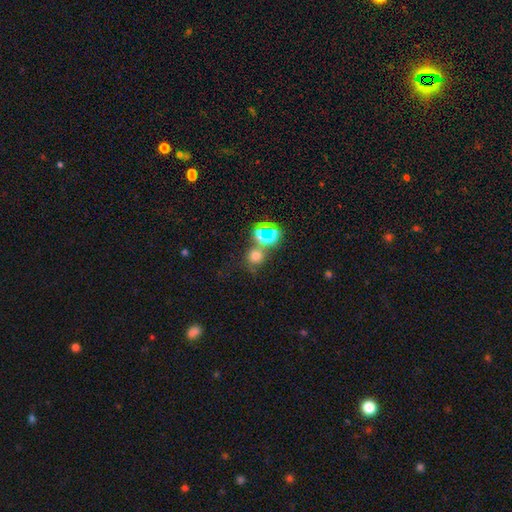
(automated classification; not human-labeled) Smooth or featured: smooth — 63% (star or artifact — 29%)
How rounded: round — 88% (in between — 11%)
Merging: none — 66% (merger — 20%)